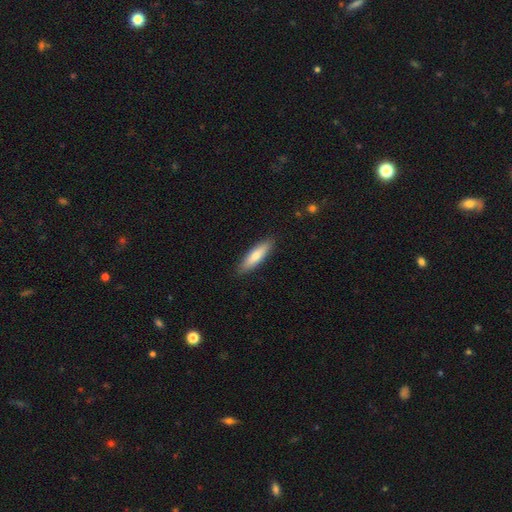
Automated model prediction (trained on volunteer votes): smooth-or-featured: smooth: 75% | featured or disk: 19% | star or artifact: 5%
  how-rounded: cigar-shaped: 67% | in between: 31% | round: 2%
  merging: none: 88% | minor disturbance: 9% | major disturbance: 2% | merger: 1%